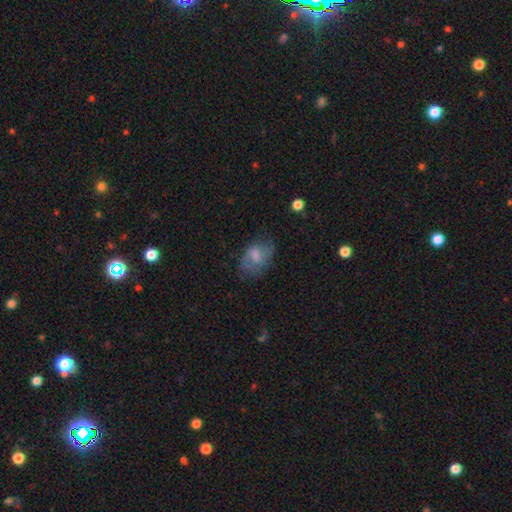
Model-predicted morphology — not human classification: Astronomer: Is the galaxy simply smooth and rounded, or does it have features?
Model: smooth — 51% (runner-up: featured or disk, 40%).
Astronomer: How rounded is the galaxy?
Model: in between — 81%.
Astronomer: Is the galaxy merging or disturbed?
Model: none — 58%.